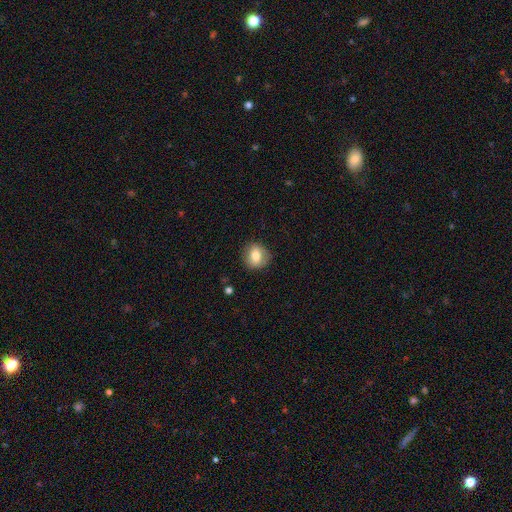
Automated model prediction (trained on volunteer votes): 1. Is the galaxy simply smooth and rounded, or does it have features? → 76% smooth, 15% featured or disk, 9% star or artifact.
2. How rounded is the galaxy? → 74% round, 24% in between, 1% cigar-shaped.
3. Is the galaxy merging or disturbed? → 83% none, 12% minor disturbance, 3% major disturbance, 1% merger.